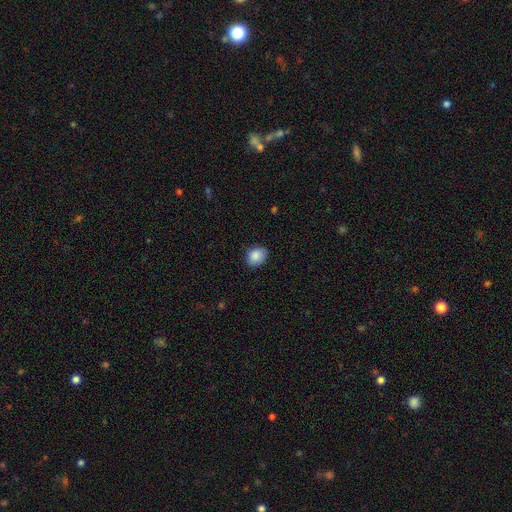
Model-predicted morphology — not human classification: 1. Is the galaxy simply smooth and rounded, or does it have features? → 88% smooth, 8% star or artifact, 4% featured or disk.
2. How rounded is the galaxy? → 52% round, 47% in between, 1% cigar-shaped.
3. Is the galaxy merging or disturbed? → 83% none, 13% minor disturbance, 2% major disturbance, 1% merger.